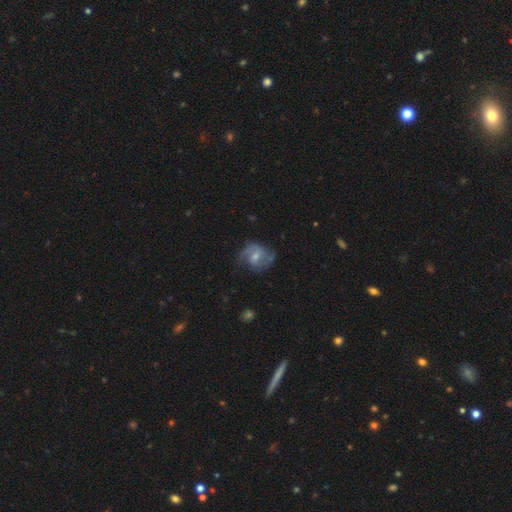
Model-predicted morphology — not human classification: featured or disk 77%, smooth 17%, star or artifact 6%. Down the decision tree: edge-on disk — no (97%); bar — weak (53%); spiral arms — yes (93%); spiral arm count — 2 (79%); spiral winding — medium (50%); bulge size — moderate (47%); merging — none (64%).